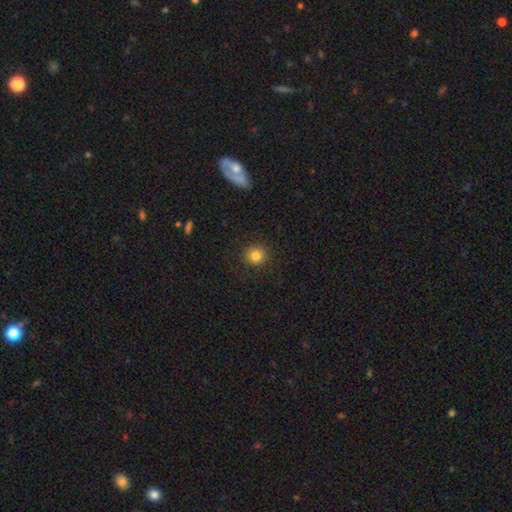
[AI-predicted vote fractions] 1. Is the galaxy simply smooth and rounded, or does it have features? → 82% smooth, 12% star or artifact, 6% featured or disk.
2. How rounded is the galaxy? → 92% round, 7% in between, 1% cigar-shaped.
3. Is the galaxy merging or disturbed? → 90% none, 7% minor disturbance, 2% major disturbance, 1% merger.